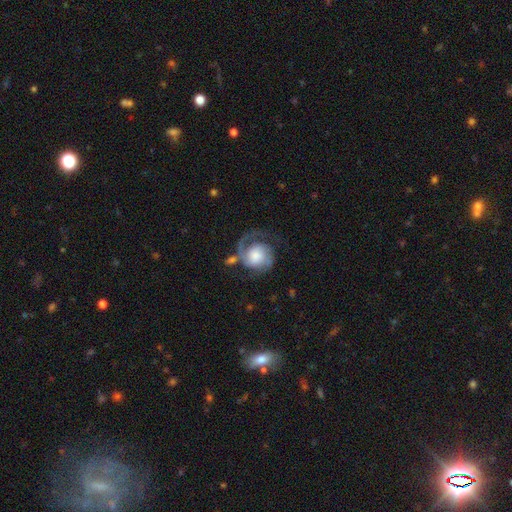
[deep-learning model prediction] Smooth or featured?
  - featured or disk: 77% *
  - smooth: 18%
  - star or artifact: 6%
Edge-on disk?
  - no: 98% *
  - yes: 2%
Bar?
  - no: 72% *
  - weak: 24%
  - strong: 5%
Spiral arms?
  - yes: 95% *
  - no: 5%
Spiral winding?
  - medium: 41% *
  - tight: 36%
  - loose: 23%
Spiral arm count?
  - 2: 47% *
  - 1: 44%
  - can't tell: 4%
  - 3: 2%
  - 4: 1%
  - more than 4: 1%
Bulge size?
  - large: 45% *
  - moderate: 21%
  - dominant: 13%
  - small: 11%
  - none: 10%
Merging?
  - none: 48% *
  - major disturbance: 27%
  - minor disturbance: 20%
  - merger: 6%